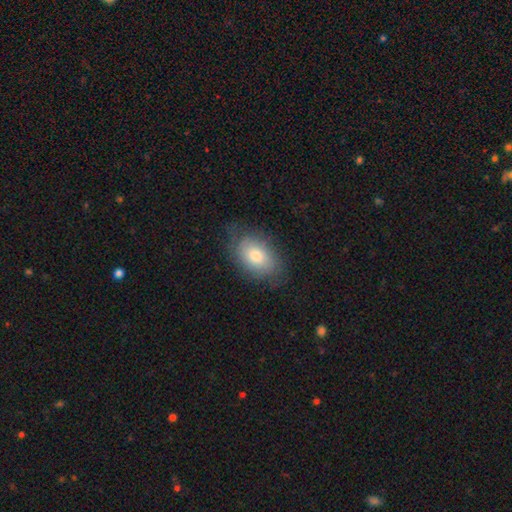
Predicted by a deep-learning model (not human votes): Smooth or featured?
  - smooth: 71% *
  - featured or disk: 22%
  - star or artifact: 7%
How rounded?
  - in between: 86% *
  - round: 12%
  - cigar-shaped: 1%
Merging?
  - none: 70% *
  - minor disturbance: 21%
  - major disturbance: 7%
  - merger: 1%